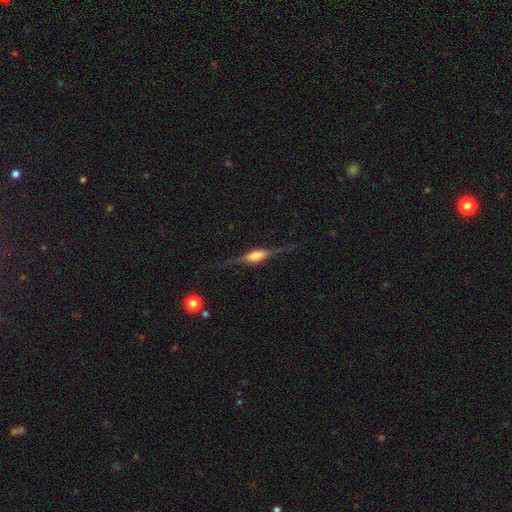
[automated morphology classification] smooth_or_featured: featured or disk (p=0.81) [alt: smooth p=0.13]
disk_edge_on: yes (p=0.97) [alt: no p=0.03]
edge_on_bulge: rounded (p=0.78) [alt: boxy p=0.19]
merging: none (p=0.83) [alt: minor disturbance p=0.12]